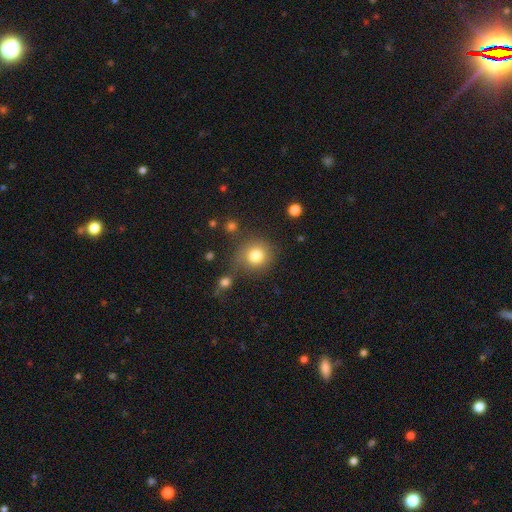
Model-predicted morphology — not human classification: Smooth or featured?
  - smooth: 81% *
  - star or artifact: 11%
  - featured or disk: 8%
How rounded?
  - round: 88% *
  - in between: 11%
  - cigar-shaped: 1%
Merging?
  - none: 69% *
  - minor disturbance: 15%
  - merger: 9%
  - major disturbance: 7%